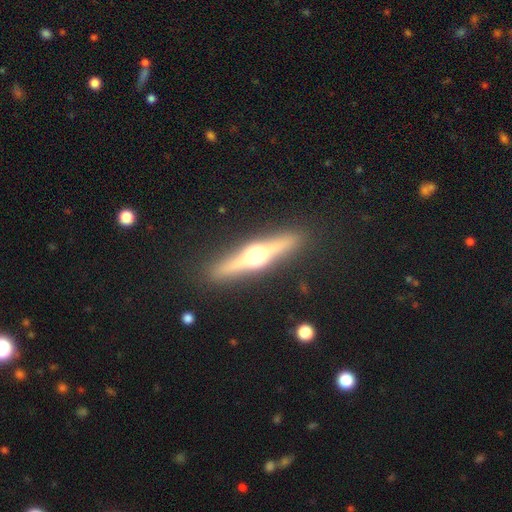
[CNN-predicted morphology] Smooth or featured: featured or disk — 72% (smooth — 21%)
Edge-on disk: yes — 96% (no — 4%)
Edge-on bulge: rounded — 95% (boxy — 3%)
Merging: none — 90% (minor disturbance — 7%)